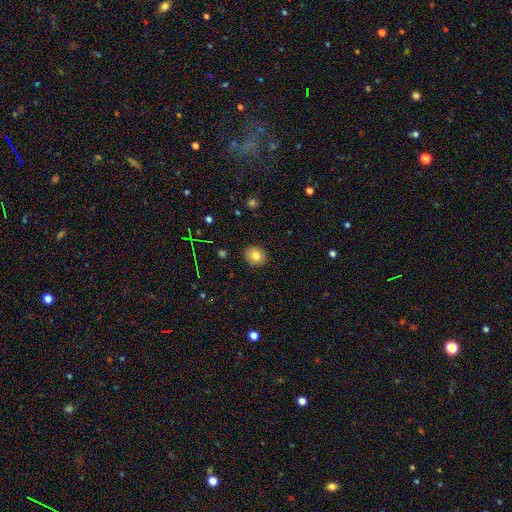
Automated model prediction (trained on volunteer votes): Morphology: type=smooth (80%); roundness=round (62%); merging=none (88%).